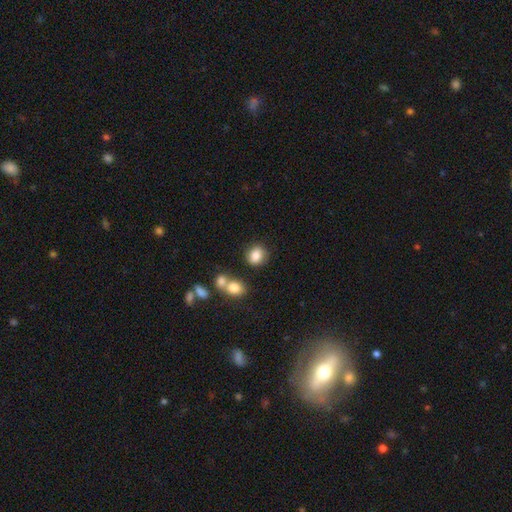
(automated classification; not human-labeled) A smooth galaxy with no disk features (85%) that is round (66%).

Vote fractions:
- Smooth or featured? smooth: 85% / star or artifact: 9% / featured or disk: 6%
- How rounded? round: 66% / in between: 33% / cigar-shaped: 1%
- Merging? none: 75% / minor disturbance: 12% / merger: 9% / major disturbance: 4%